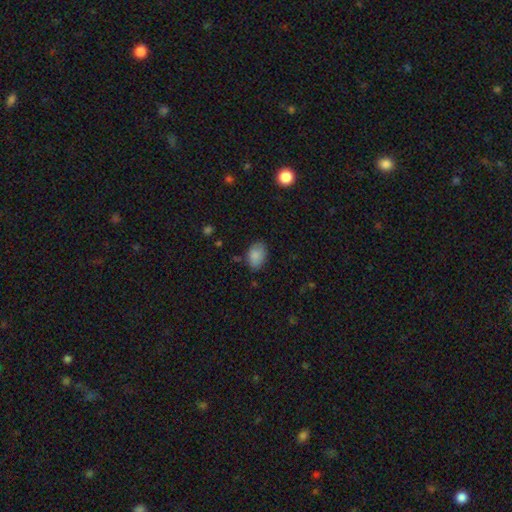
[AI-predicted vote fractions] A smooth galaxy with no disk features (87%) that is in between round and cigar-shaped (85%).

Vote fractions:
- Smooth or featured? smooth: 87% / star or artifact: 8% / featured or disk: 6%
- How rounded? in between: 85% / round: 14% / cigar-shaped: 1%
- Merging? none: 78% / minor disturbance: 17% / major disturbance: 4% / merger: 2%